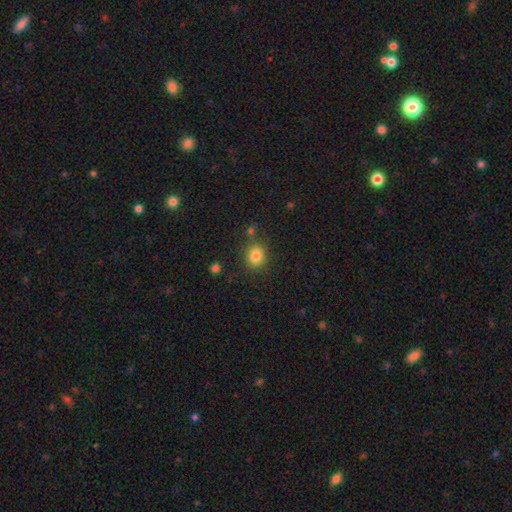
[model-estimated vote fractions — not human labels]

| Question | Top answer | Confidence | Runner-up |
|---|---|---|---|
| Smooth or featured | smooth | 83% | star or artifact (11%) |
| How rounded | round | 79% | in between (20%) |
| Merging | none | 81% | minor disturbance (10%) |